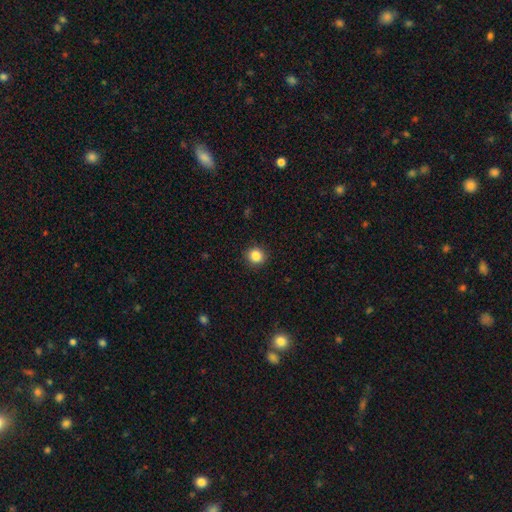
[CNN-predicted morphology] Smooth or featured? smooth (85%)
How rounded? round (89%)
Merging? none (91%)